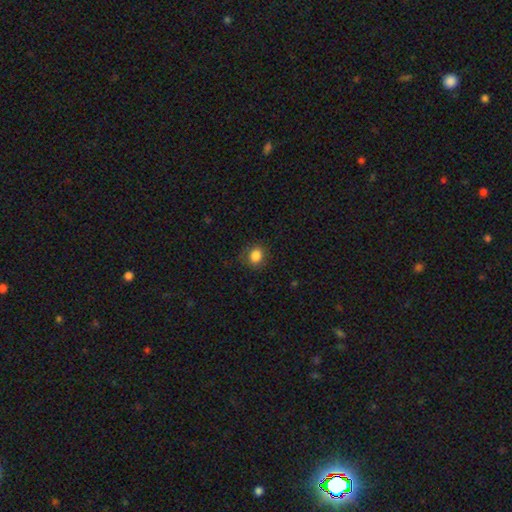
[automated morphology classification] Smooth or featured? smooth (85%)
How rounded? round (60%)
Merging? none (81%)